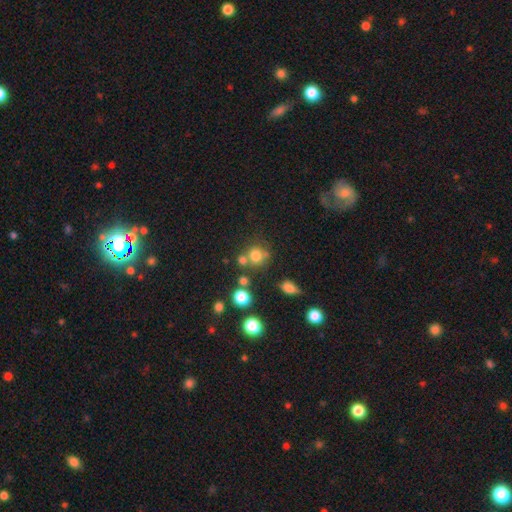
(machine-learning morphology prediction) The model was most divided on "merging": none: 58%, merger: 24%, minor disturbance: 12%, major disturbance: 6%. More confident: how rounded — round (84%); smooth or featured — smooth (74%).